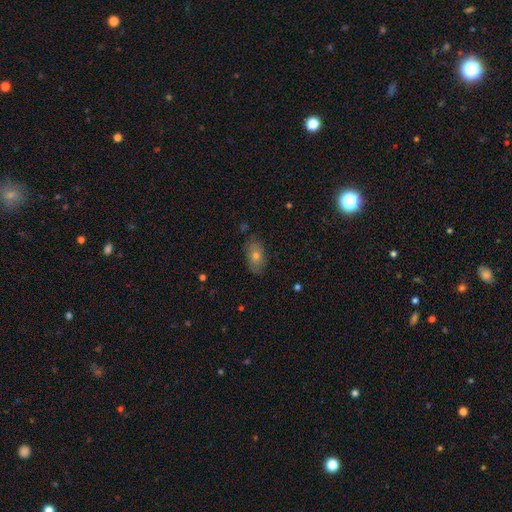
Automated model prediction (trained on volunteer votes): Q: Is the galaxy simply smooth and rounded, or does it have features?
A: smooth — 54%.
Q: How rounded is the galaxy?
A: in between — 86%.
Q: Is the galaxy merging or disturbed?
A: none — 79%.